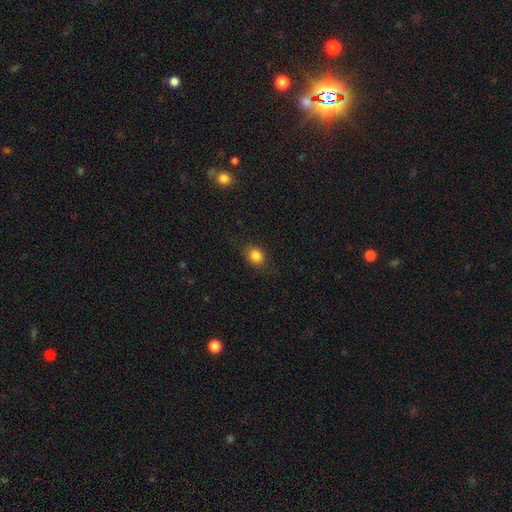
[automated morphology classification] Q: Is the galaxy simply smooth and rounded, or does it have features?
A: smooth — 84%.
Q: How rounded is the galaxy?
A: in between — 49%, tied with round.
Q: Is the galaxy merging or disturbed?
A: none — 82%.